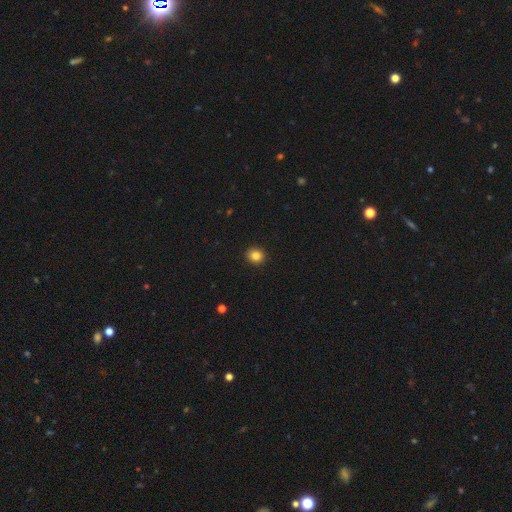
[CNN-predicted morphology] The model was most divided on "smooth or featured": smooth: 84%, star or artifact: 11%, featured or disk: 4%. More confident: merging — none (93%); how rounded — round (87%).